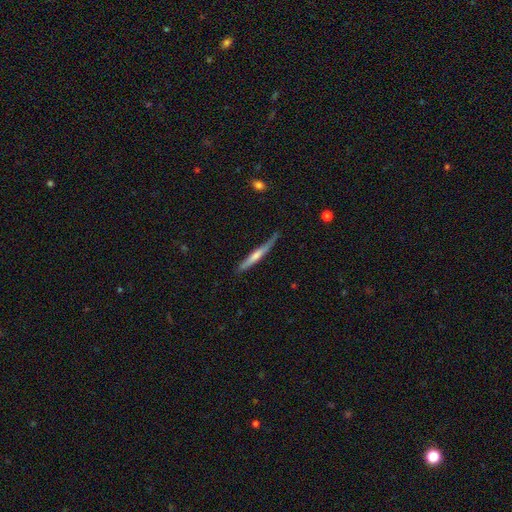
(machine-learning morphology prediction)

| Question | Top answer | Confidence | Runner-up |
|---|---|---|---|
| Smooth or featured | featured or disk | 60% | smooth (34%) |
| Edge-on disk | yes | 96% | no (4%) |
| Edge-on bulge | rounded | 58% | none (30%) |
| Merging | none | 74% | minor disturbance (20%) |